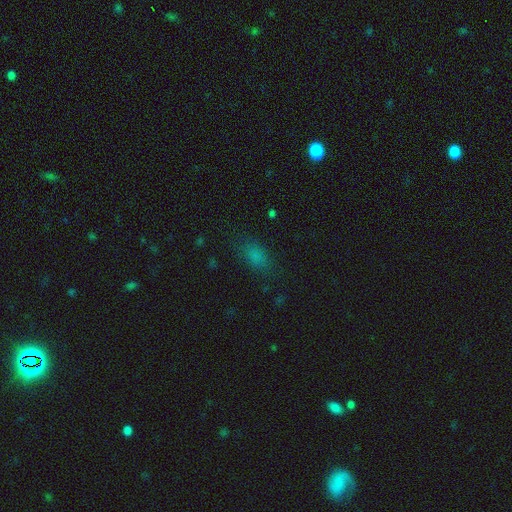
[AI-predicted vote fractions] Smooth or featured? smooth (77%)
How rounded? in between (84%)
Merging? none (76%)